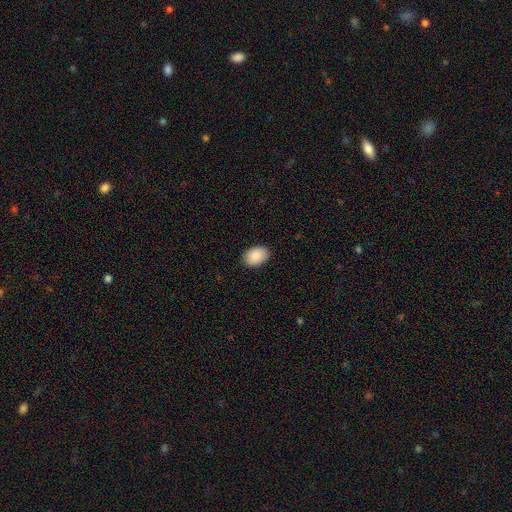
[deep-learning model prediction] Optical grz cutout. It shows a smooth galaxy with no disk features (90%) that is in between round and cigar-shaped (84%). Merging: none (89%).